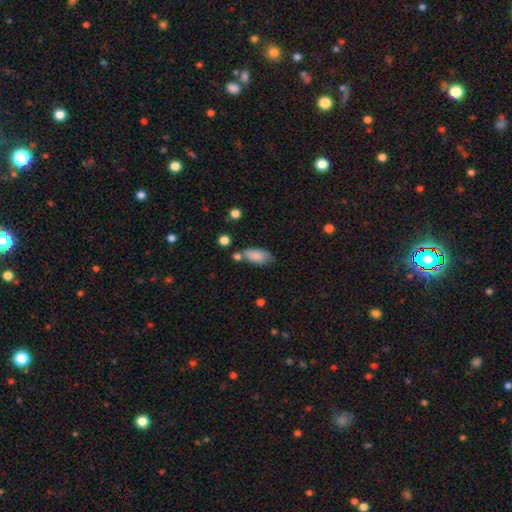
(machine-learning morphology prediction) Smooth or featured? smooth (84%)
How rounded? in between (90%)
Merging? none (55%)